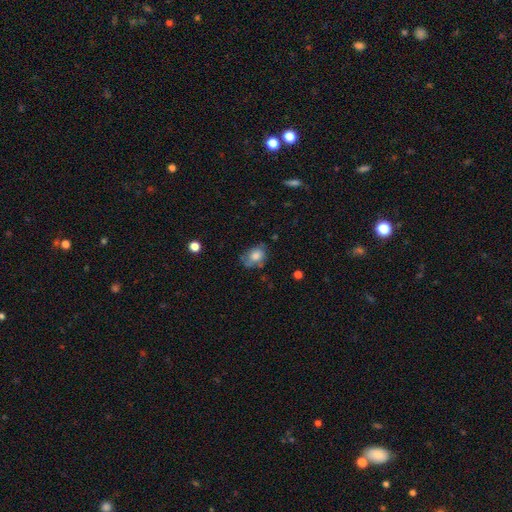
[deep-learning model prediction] A smooth galaxy with no disk features (71%) that is in between round and cigar-shaped (71%). Merging: none (55%).